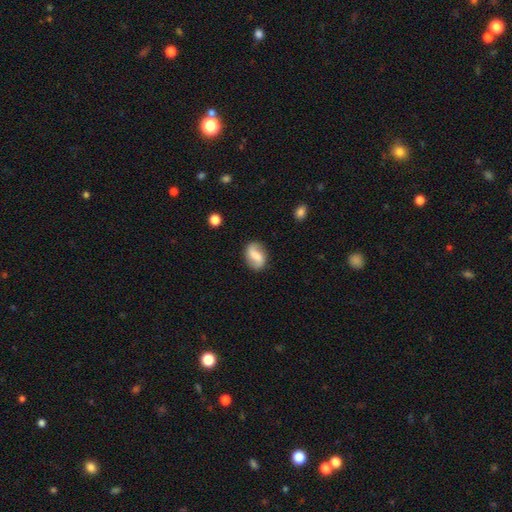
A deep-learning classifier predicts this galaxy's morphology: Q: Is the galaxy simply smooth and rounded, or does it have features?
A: featured or disk — 54%.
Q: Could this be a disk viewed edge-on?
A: no — 97%.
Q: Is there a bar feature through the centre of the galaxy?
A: weak — 41%.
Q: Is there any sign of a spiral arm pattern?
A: yes — 87%.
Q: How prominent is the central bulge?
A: moderate — 31%.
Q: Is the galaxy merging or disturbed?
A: none — 81%.